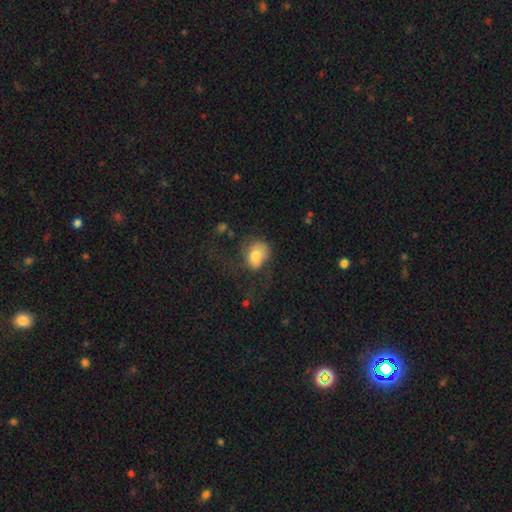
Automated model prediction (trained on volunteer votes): This is likely a smooth galaxy (71%). How rounded: possibly in between (60%). Merging: marginally major disturbance (38%).